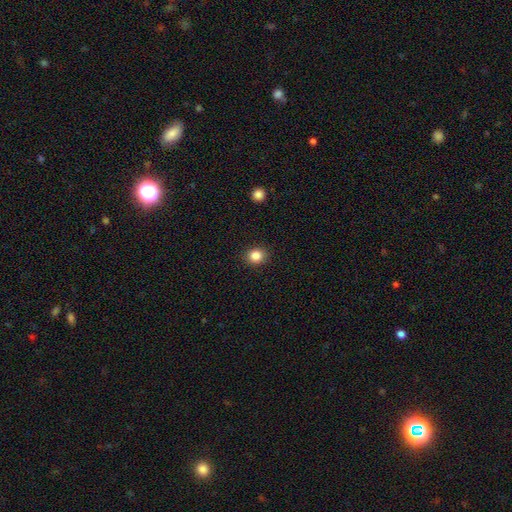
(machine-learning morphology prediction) Q: Smooth or featured?
A: smooth (85%); runner-up: star or artifact (11%)
Q: How rounded?
A: round (75%); runner-up: in between (24%)
Q: Merging?
A: none (91%); runner-up: minor disturbance (6%)